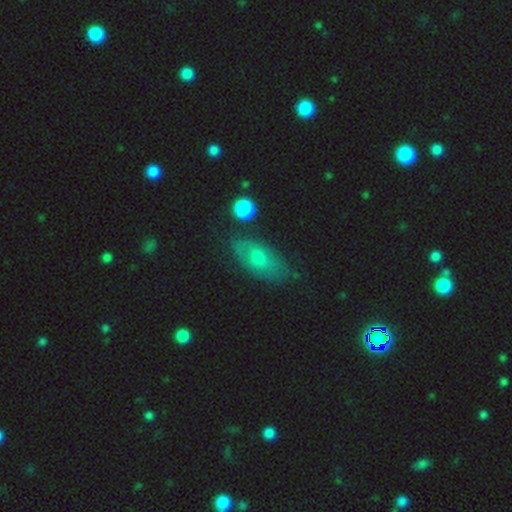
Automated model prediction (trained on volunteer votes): A smooth galaxy with no disk features (57%) that is in between round and cigar-shaped (84%).

Vote fractions:
- Smooth or featured? smooth: 57% / featured or disk: 32% / star or artifact: 11%
- How rounded? in between: 84% / cigar-shaped: 9% / round: 7%
- Merging? none: 65% / minor disturbance: 25% / major disturbance: 6% / merger: 3%